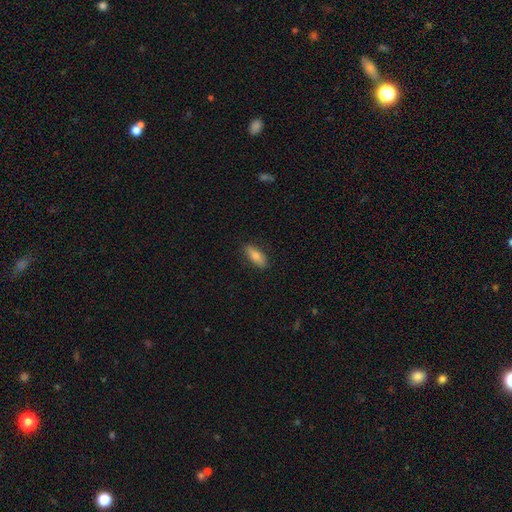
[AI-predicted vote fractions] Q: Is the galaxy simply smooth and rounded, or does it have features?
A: smooth — 75%.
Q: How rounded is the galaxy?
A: in between — 76%.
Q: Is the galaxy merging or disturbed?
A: none — 86%.